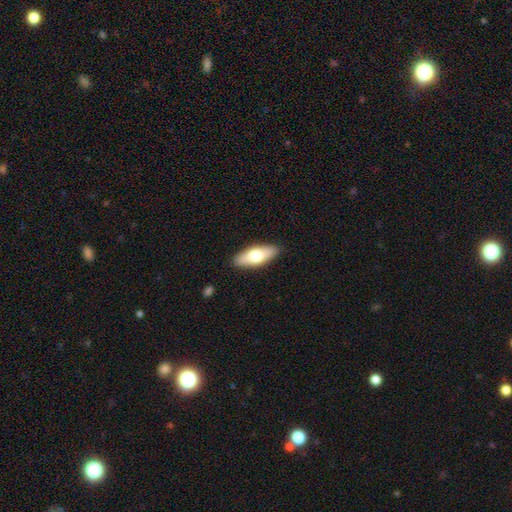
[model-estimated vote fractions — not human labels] smooth-or-featured: smooth: 62% | featured or disk: 32% | star or artifact: 6%
  how-rounded: in between: 67% | cigar-shaped: 30% | round: 2%
  merging: none: 89% | minor disturbance: 9% | major disturbance: 2% | merger: 1%